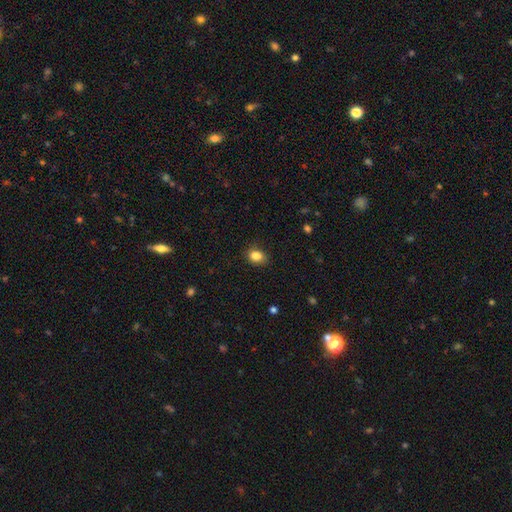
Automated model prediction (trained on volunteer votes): smooth 85%, star or artifact 10%, featured or disk 5%. Down the decision tree: how rounded — in between (57%); merging — none (77%).